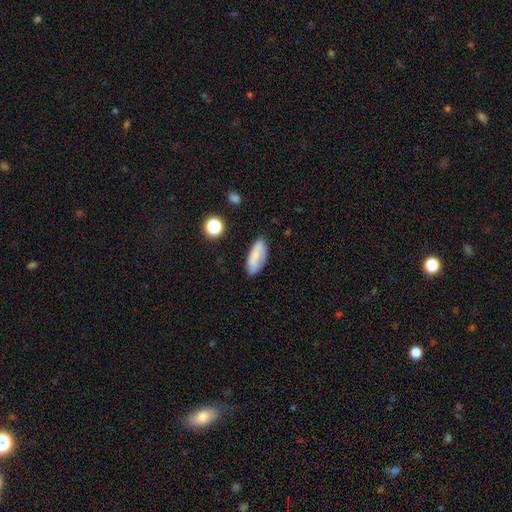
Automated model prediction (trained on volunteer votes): This is likely a smooth galaxy (76%). How rounded: clearly in between (81%). Merging: likely none (77%).